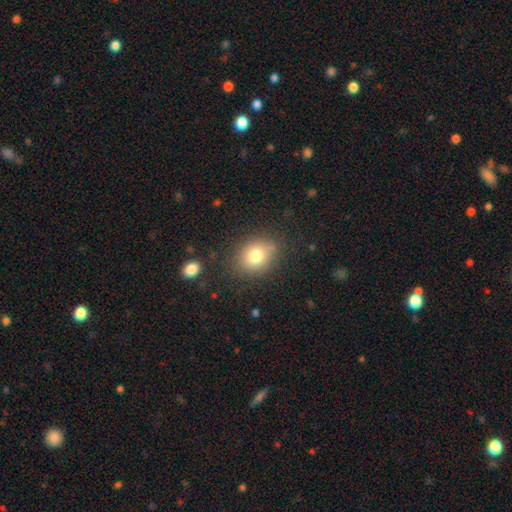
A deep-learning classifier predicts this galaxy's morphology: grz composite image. It shows a smooth galaxy with no disk features (77%) that is round (54%). Merging: none (77%).